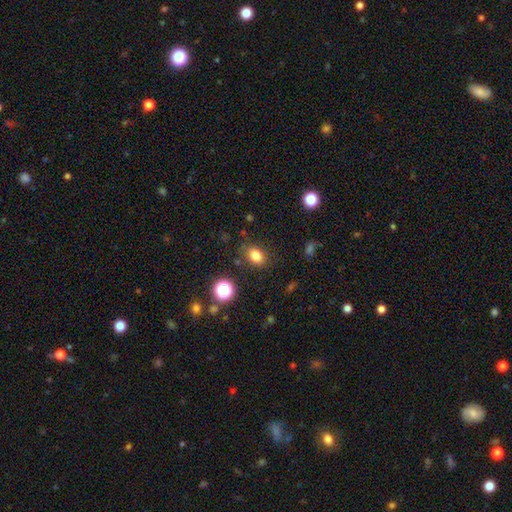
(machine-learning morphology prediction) Smooth or featured: smooth — 80% (star or artifact — 13%)
How rounded: in between — 65% (round — 34%)
Merging: none — 82% (minor disturbance — 12%)